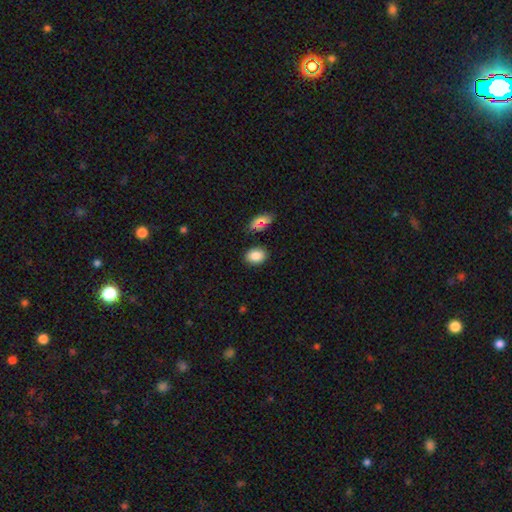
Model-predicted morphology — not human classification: This appears to be a smooth galaxy with no disk features (86%) that is in between round and cigar-shaped (70%). Merging: none (83%).